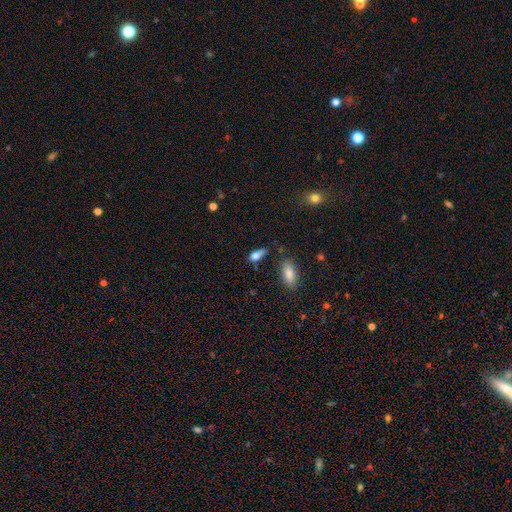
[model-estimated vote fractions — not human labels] This is likely a smooth galaxy (74%). How rounded: likely in between (74%). Merging: possibly none (51%).